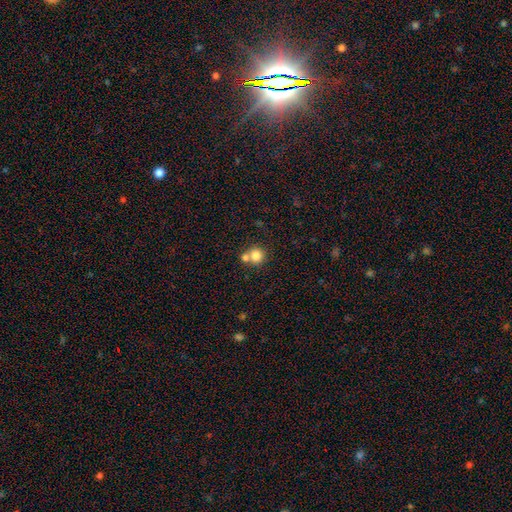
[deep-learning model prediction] Smooth or featured: smooth — 81% (star or artifact — 11%)
How rounded: round — 91% (in between — 9%)
Merging: none — 50% (merger — 41%)